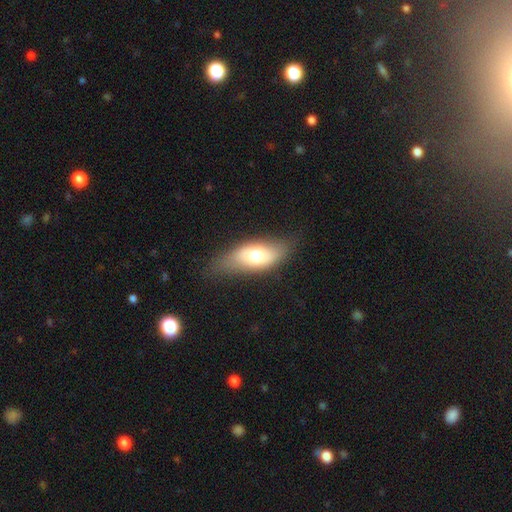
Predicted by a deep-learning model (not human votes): Q: Smooth or featured?
A: smooth (65%); runner-up: featured or disk (28%)
Q: How rounded?
A: in between (81%); runner-up: cigar-shaped (15%)
Q: Merging?
A: none (68%); runner-up: minor disturbance (23%)